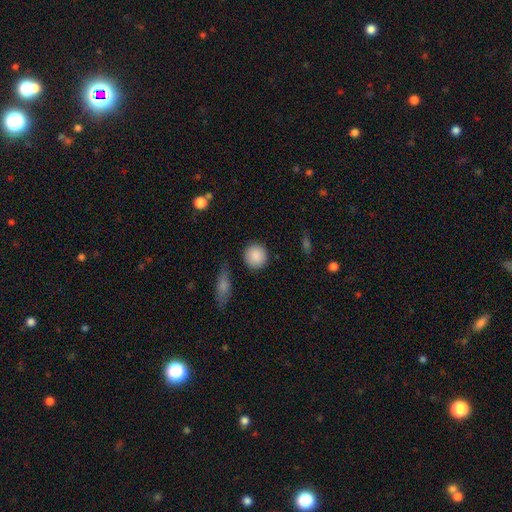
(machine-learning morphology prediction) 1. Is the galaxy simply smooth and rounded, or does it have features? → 89% smooth, 7% star or artifact, 4% featured or disk.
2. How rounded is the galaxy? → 92% round, 7% in between, 1% cigar-shaped.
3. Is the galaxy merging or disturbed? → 86% none, 9% minor disturbance, 3% major disturbance, 3% merger.